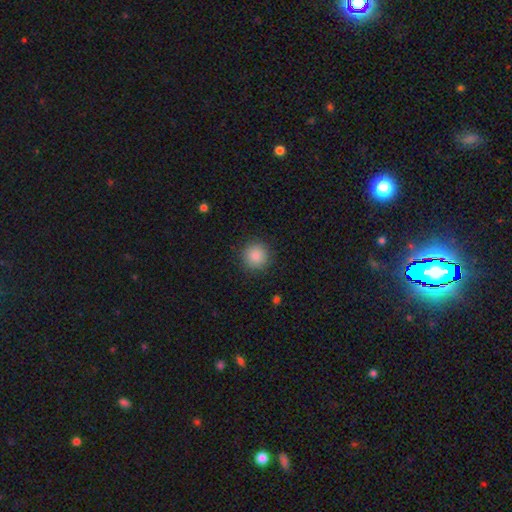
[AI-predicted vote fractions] Smooth or featured: smooth — 87% (star or artifact — 9%)
How rounded: round — 94% (in between — 5%)
Merging: none — 90% (minor disturbance — 7%)